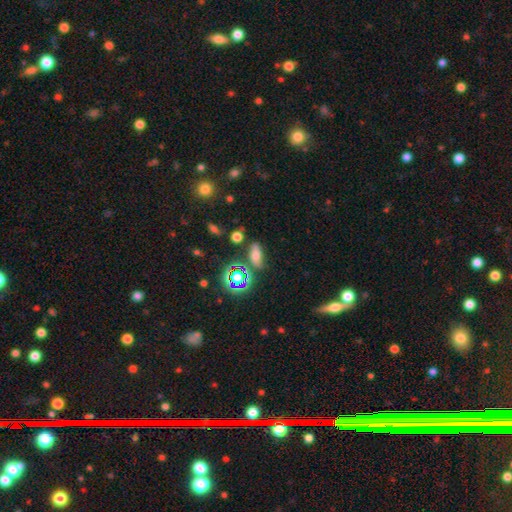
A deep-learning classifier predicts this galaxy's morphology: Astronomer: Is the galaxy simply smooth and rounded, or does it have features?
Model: smooth — 56%.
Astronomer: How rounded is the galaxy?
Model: in between — 63%.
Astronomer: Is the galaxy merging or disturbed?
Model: none — 65%.